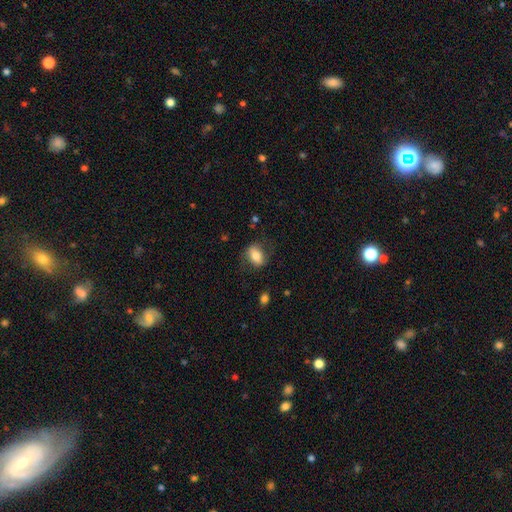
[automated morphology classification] This is likely a smooth galaxy (71%). How rounded: likely in between (78%). Merging: likely none (69%).